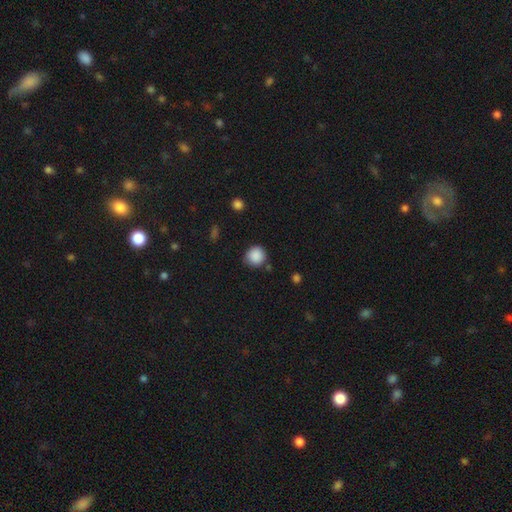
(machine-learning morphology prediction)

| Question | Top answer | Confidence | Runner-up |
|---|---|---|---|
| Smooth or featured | smooth | 88% | star or artifact (9%) |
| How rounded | round | 90% | in between (9%) |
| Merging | none | 80% | minor disturbance (13%) |